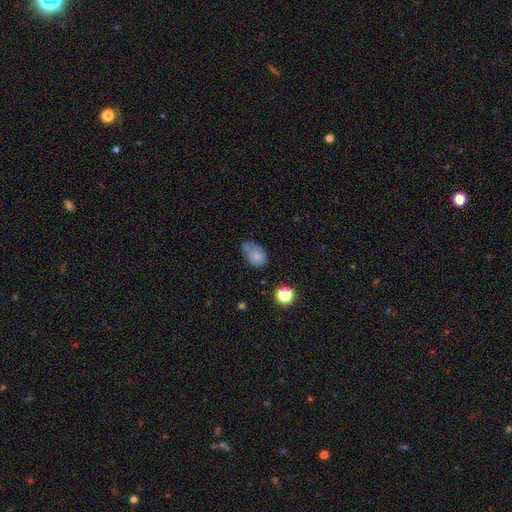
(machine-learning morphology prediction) This is likely a smooth galaxy (73%). How rounded: likely in between (79%). Merging: marginally minor disturbance (39%).